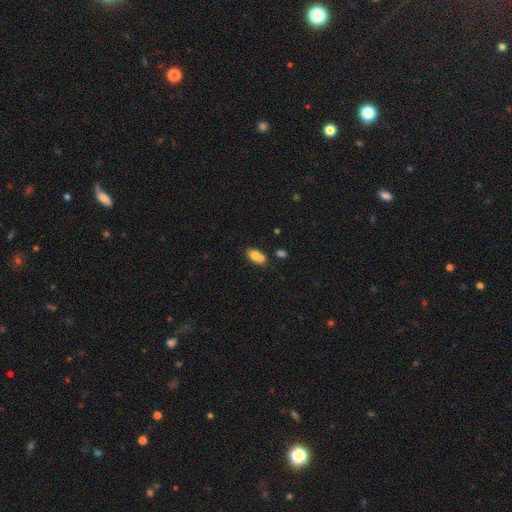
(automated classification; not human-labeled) A smooth galaxy with no disk features (73%) that is in between round and cigar-shaped (82%).

Vote fractions:
- Smooth or featured? smooth: 73% / featured or disk: 18% / star or artifact: 9%
- How rounded? in between: 82% / round: 15% / cigar-shaped: 3%
- Merging? merger: 45% / none: 38% / minor disturbance: 13% / major disturbance: 5%